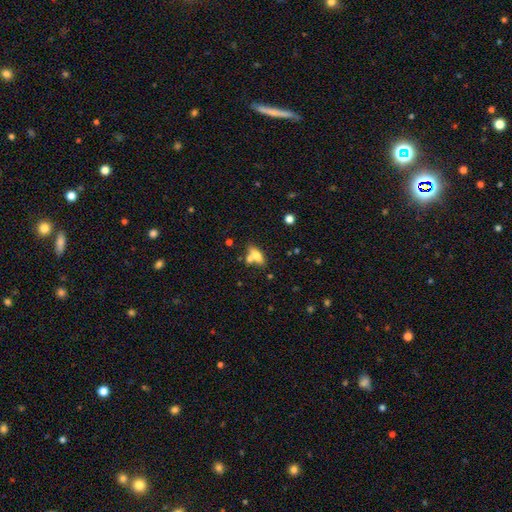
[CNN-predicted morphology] The model was most divided on "merging": none: 52%, merger: 28%, minor disturbance: 14%, major disturbance: 6%. More confident: smooth or featured — smooth (69%); how rounded — in between (68%).